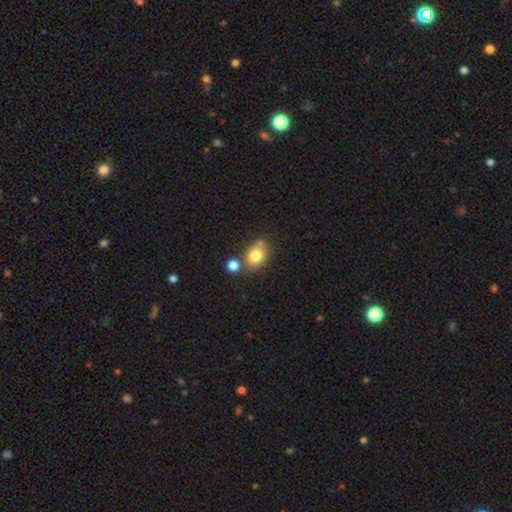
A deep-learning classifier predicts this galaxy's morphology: This appears to be a smooth galaxy with no disk features (79%) that is round (58%). Merging: none (59%).